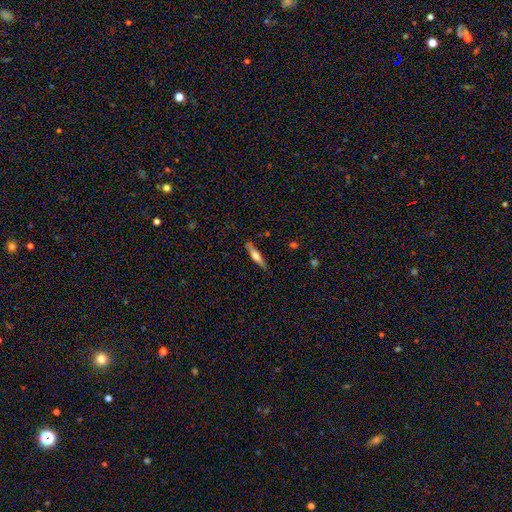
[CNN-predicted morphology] A featured or disk galaxy (48%).

Vote fractions:
- Smooth or featured? featured or disk: 48% / smooth: 46% / star or artifact: 6%
- Merging? none: 85% / minor disturbance: 11% / major disturbance: 2% / merger: 1%